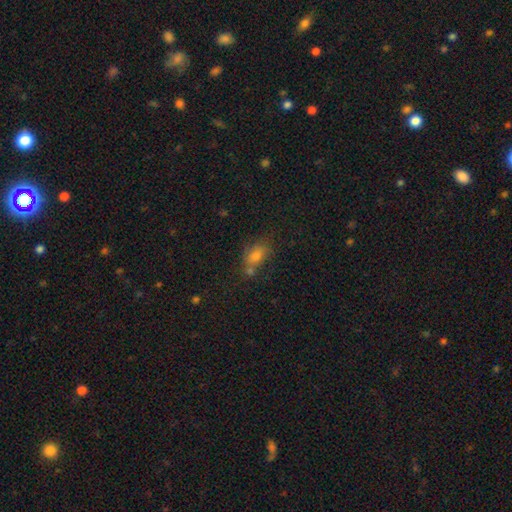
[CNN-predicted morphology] Smooth or featured? smooth (71%)
How rounded? in between (74%)
Merging? none (52%)